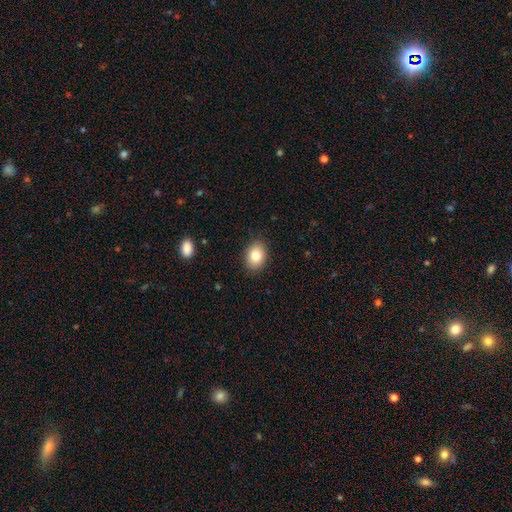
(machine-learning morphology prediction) A smooth galaxy with no disk features (81%) that is in between round and cigar-shaped (70%).

Vote fractions:
- Smooth or featured? smooth: 81% / featured or disk: 10% / star or artifact: 9%
- How rounded? in between: 70% / round: 29% / cigar-shaped: 1%
- Merging? none: 88% / minor disturbance: 9% / major disturbance: 2% / merger: 1%